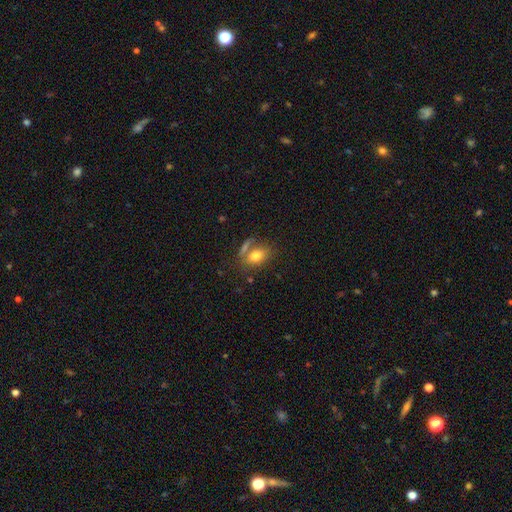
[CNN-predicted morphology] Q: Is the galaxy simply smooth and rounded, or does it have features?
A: smooth — 75%.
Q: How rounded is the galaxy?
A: in between — 80%.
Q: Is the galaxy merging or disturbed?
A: none — 55%.